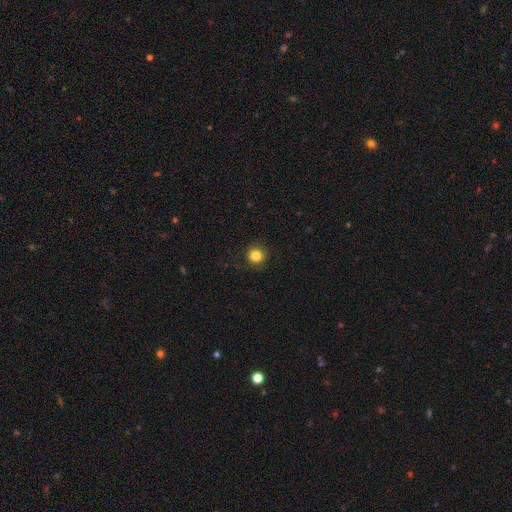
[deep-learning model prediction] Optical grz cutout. It shows a smooth galaxy with no disk features (82%) that is round (93%). Merging: none (84%).